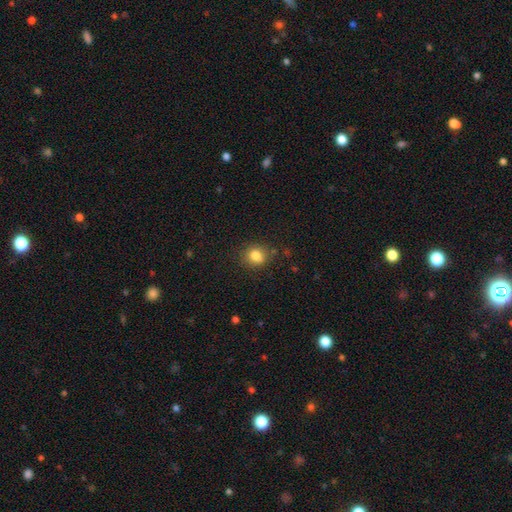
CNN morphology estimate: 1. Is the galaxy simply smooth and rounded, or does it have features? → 82% smooth, 11% star or artifact, 7% featured or disk.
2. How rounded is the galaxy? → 73% round, 26% in between, 1% cigar-shaped.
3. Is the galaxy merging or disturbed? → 81% none, 13% minor disturbance, 3% major disturbance, 3% merger.